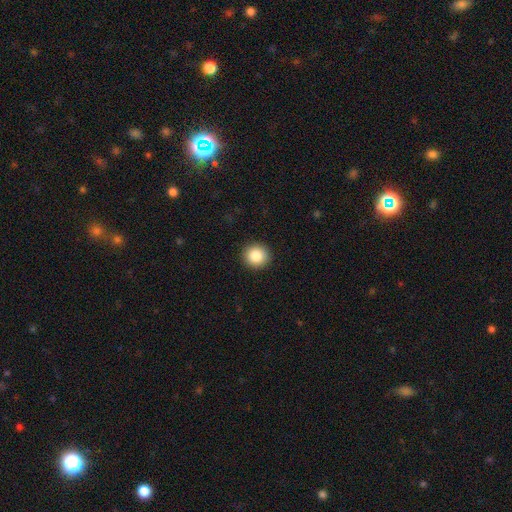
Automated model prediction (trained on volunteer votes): A smooth galaxy with no disk features (85%) that is round (92%). Merging: none (93%).